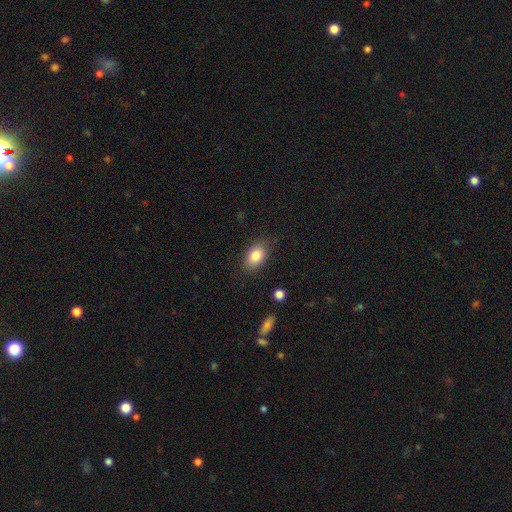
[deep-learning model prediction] Smooth or featured: smooth — 83% (featured or disk — 9%)
How rounded: in between — 83% (round — 15%)
Merging: none — 83% (minor disturbance — 12%)